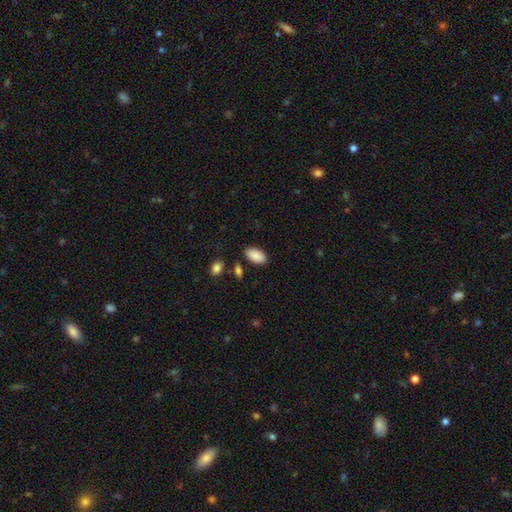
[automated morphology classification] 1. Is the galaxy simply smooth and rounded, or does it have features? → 90% smooth, 6% star or artifact, 3% featured or disk.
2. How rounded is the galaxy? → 95% in between, 3% cigar-shaped, 3% round.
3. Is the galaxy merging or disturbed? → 85% none, 10% minor disturbance, 3% merger, 2% major disturbance.